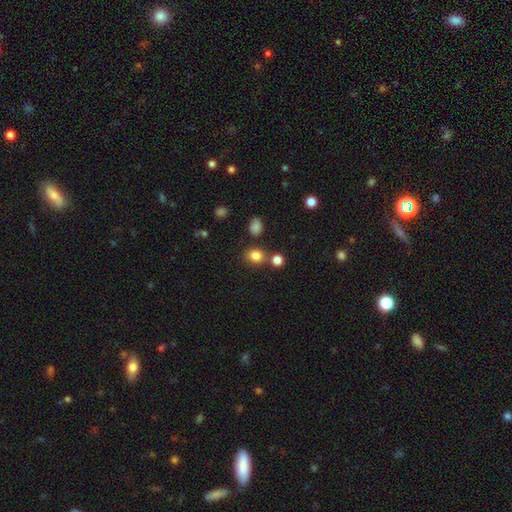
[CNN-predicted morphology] Smooth or featured?
  - smooth: 82% *
  - star or artifact: 13%
  - featured or disk: 5%
How rounded?
  - round: 72% *
  - in between: 27%
  - cigar-shaped: 1%
Merging?
  - none: 73% *
  - merger: 14%
  - minor disturbance: 10%
  - major disturbance: 4%